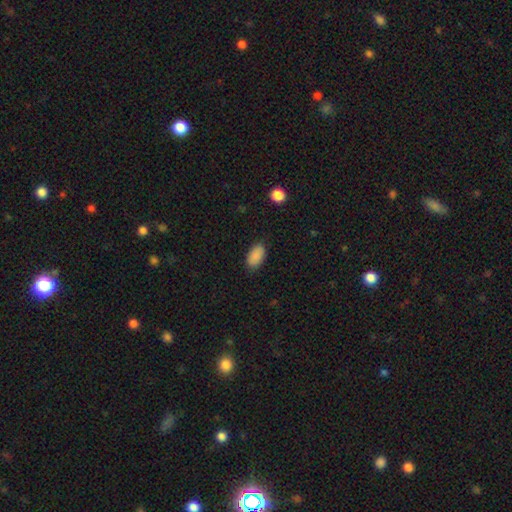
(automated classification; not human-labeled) This is clearly a smooth galaxy (89%). How rounded: clearly in between (94%). Merging: clearly none (85%).